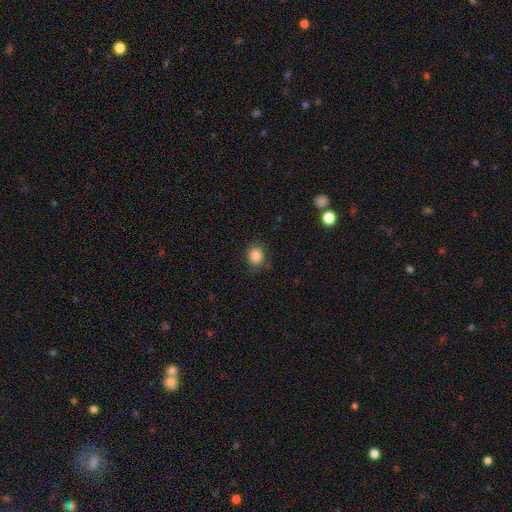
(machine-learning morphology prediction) Q: Smooth or featured?
A: smooth (86%); runner-up: star or artifact (10%)
Q: How rounded?
A: round (69%); runner-up: in between (30%)
Q: Merging?
A: none (83%); runner-up: minor disturbance (13%)